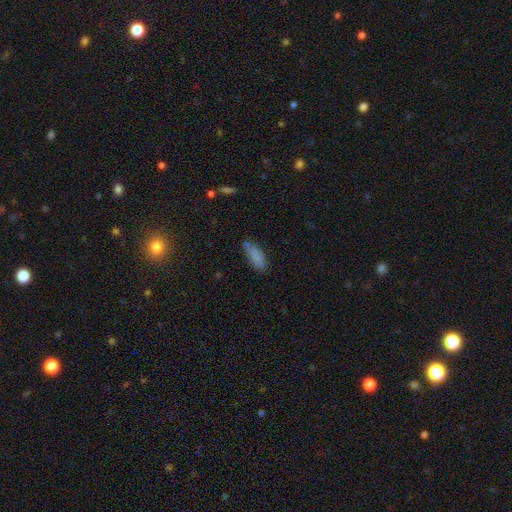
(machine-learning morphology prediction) smooth-or-featured: smooth: 84% | star or artifact: 9% | featured or disk: 7%
  how-rounded: in between: 72% | cigar-shaped: 27% | round: 2%
  merging: none: 69% | minor disturbance: 21% | merger: 6% | major disturbance: 5%